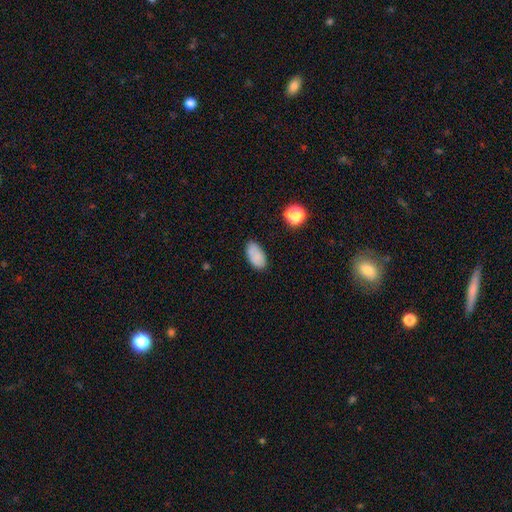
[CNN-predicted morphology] Smooth or featured?
  - smooth: 83% *
  - star or artifact: 10%
  - featured or disk: 8%
How rounded?
  - in between: 94% *
  - round: 4%
  - cigar-shaped: 2%
Merging?
  - none: 77% *
  - minor disturbance: 18%
  - major disturbance: 4%
  - merger: 2%